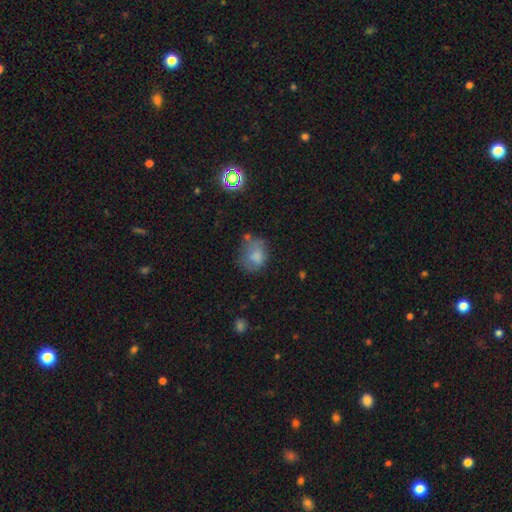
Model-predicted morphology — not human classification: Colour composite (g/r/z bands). It shows a smooth galaxy with no disk features (67%) that is round (51%). Merging: none (44%).